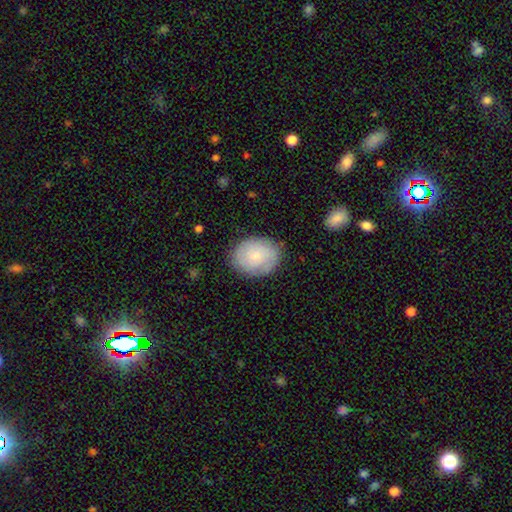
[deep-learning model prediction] A smooth galaxy with no disk features (53%) that is in between round and cigar-shaped (50%).

Vote fractions:
- Smooth or featured? smooth: 53% / featured or disk: 41% / star or artifact: 7%
- How rounded? in between: 50% / round: 49% / cigar-shaped: 1%
- Merging? none: 81% / minor disturbance: 14% / major disturbance: 4% / merger: 1%